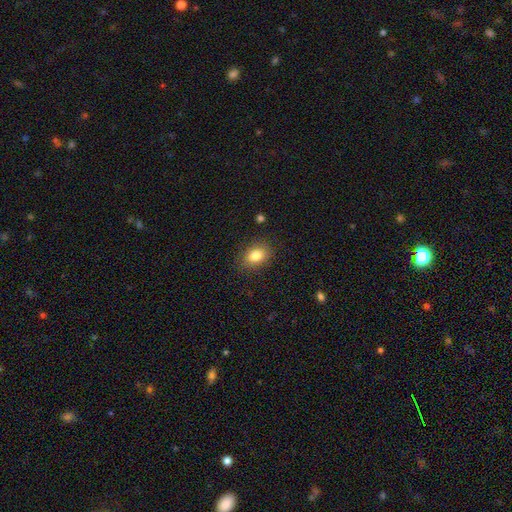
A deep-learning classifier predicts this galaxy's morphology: This is clearly a smooth galaxy (83%). How rounded: likely in between (75%). Merging: clearly none (85%).